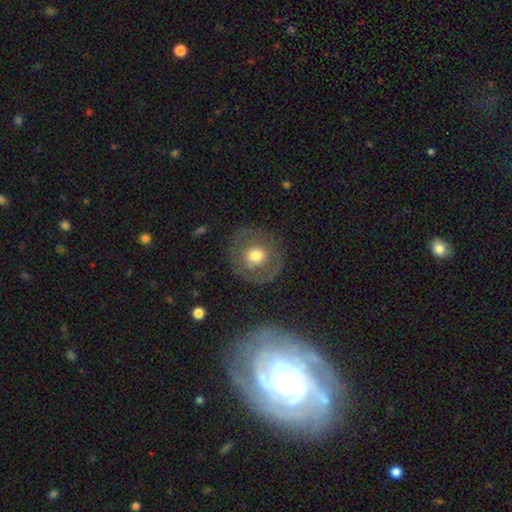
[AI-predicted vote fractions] Smooth or featured: smooth — 57% (featured or disk — 34%)
How rounded: round — 89% (in between — 10%)
Merging: none — 81% (minor disturbance — 11%)